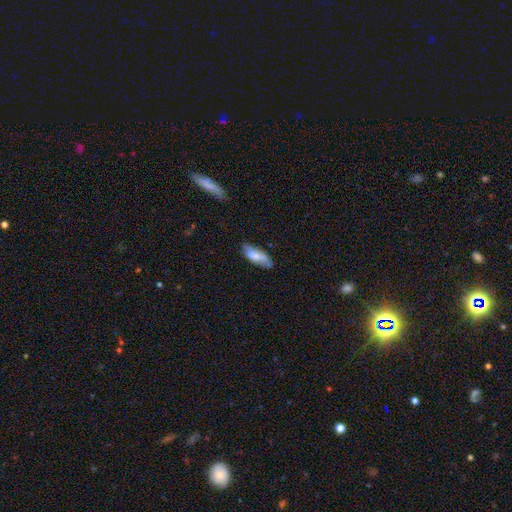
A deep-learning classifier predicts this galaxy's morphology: Smooth or featured? smooth (72%)
How rounded? in between (65%)
Merging? none (69%)